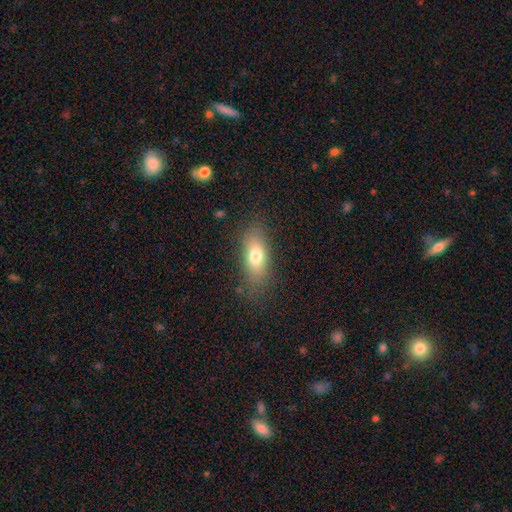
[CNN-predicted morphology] The model was most divided on "smooth or featured": smooth: 74%, featured or disk: 16%, star or artifact: 10%. More confident: merging — none (79%); how rounded — in between (77%).